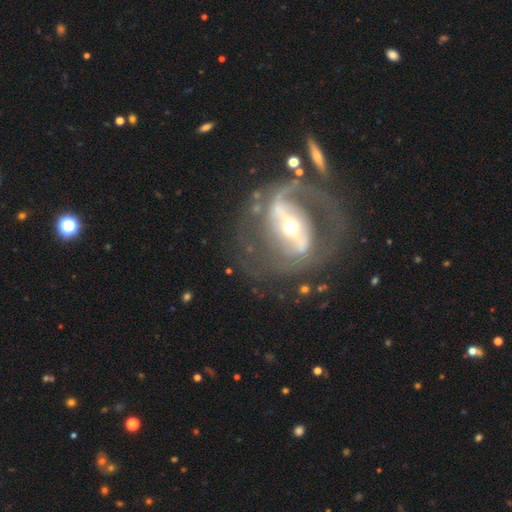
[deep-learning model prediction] The model was most divided on "bulge size": small: 47%, moderate: 44%, large: 6%, dominant: 2%, none: 1%. Remaining: edge-on disk — no (95%); spiral arms — yes (85%); smooth or featured — featured or disk (85%); spiral arm count — 2 (66%); merging — none (58%); bar — strong (56%); spiral winding — medium (43%).